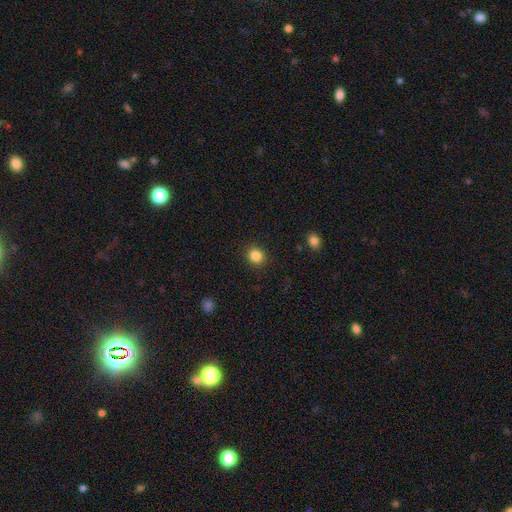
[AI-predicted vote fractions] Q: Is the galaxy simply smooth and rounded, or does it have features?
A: smooth — 85%.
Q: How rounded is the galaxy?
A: round — 80%.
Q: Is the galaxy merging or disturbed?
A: none — 91%.